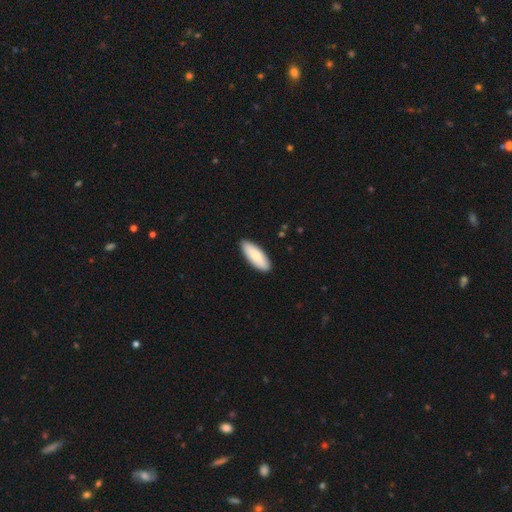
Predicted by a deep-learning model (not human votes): This appears to be a smooth galaxy with no disk features (85%) that is in between round and cigar-shaped (71%). Merging: none (90%).